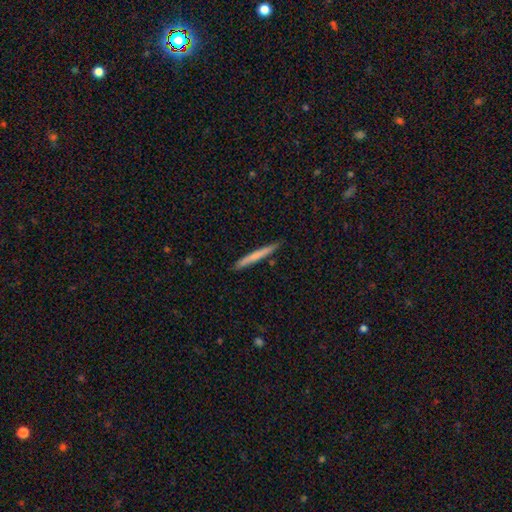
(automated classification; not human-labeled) Smooth or featured? smooth (65%)
How rounded? cigar-shaped (97%)
Merging? none (89%)